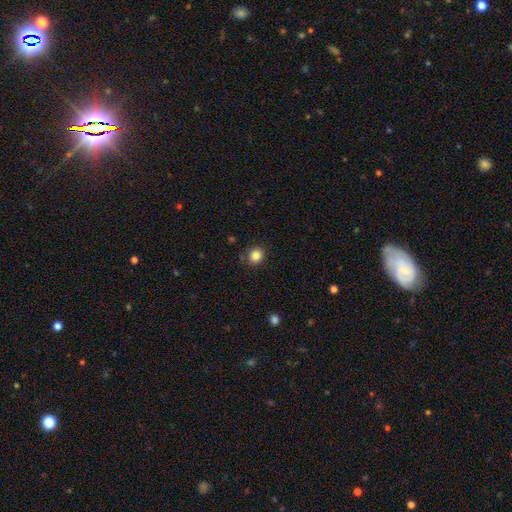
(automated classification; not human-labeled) This is clearly a smooth galaxy (85%). How rounded: clearly round (84%). Merging: clearly none (88%).